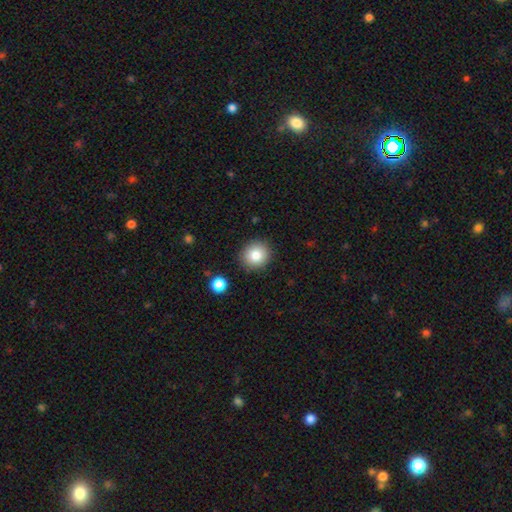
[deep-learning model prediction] smooth_or_featured: smooth (p=0.83) [alt: star or artifact p=0.10]
how_rounded: round (p=0.88) [alt: in between p=0.11]
merging: none (p=0.88) [alt: minor disturbance p=0.07]